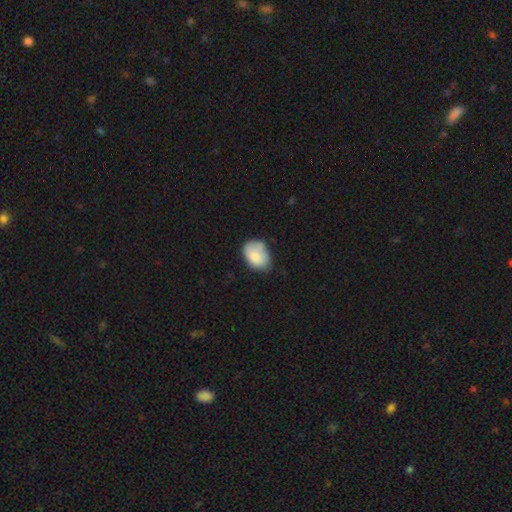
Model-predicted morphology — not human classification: Smooth or featured? Predicted: smooth (p=0.83). How rounded? Predicted: in between (p=0.79). Merging? Predicted: none (p=0.55).